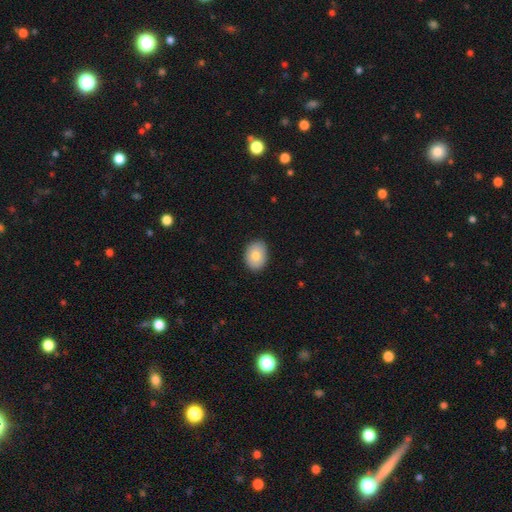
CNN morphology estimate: Smooth or featured? smooth (82%)
How rounded? in between (70%)
Merging? none (88%)